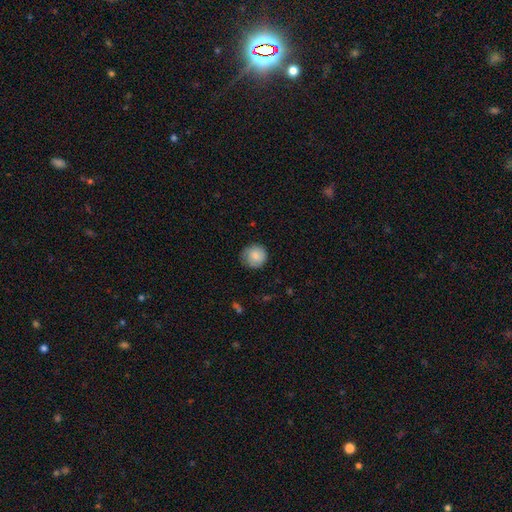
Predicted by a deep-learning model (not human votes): smooth 84%, featured or disk 9%, star or artifact 7%. Down the decision tree: how rounded — round (92%); merging — none (79%).